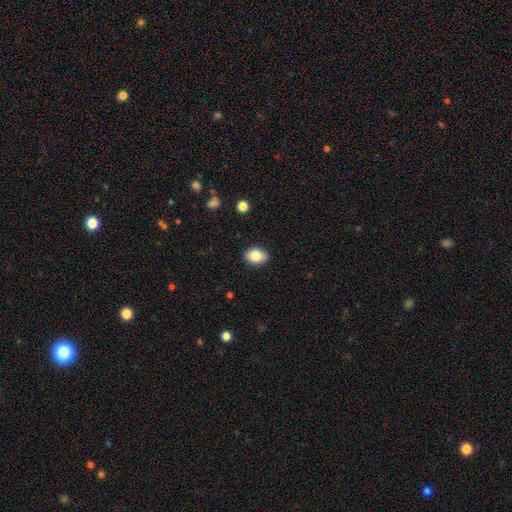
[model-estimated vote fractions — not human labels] Overall: smooth (84%). How rounded: in between (75%). Merging: none (88%).